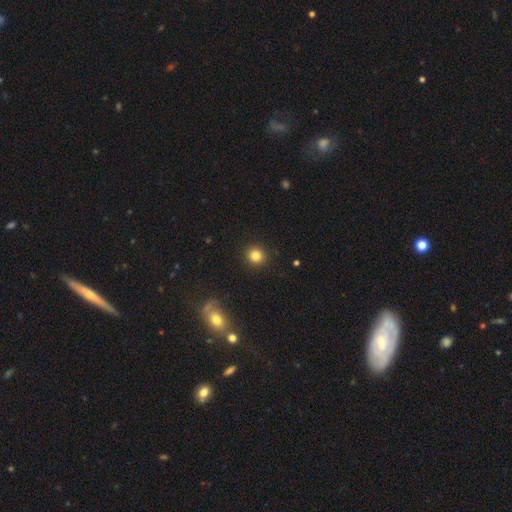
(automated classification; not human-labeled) smooth-or-featured: smooth: 83% | star or artifact: 11% | featured or disk: 6%
  how-rounded: round: 90% | in between: 9% | cigar-shaped: 1%
  merging: none: 92% | minor disturbance: 5% | major disturbance: 2% | merger: 1%